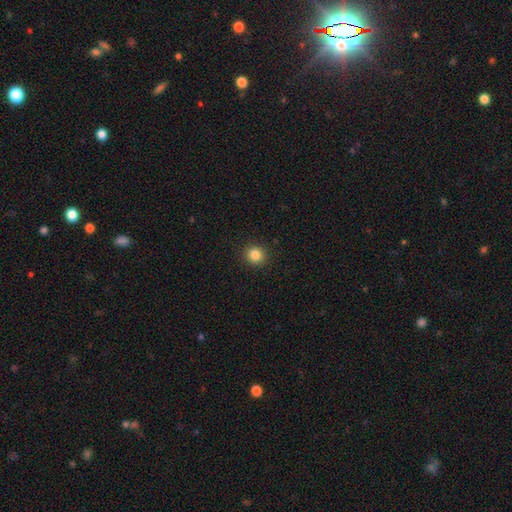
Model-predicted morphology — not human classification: This is clearly a smooth galaxy (84%). How rounded: clearly round (89%). Merging: clearly none (92%).